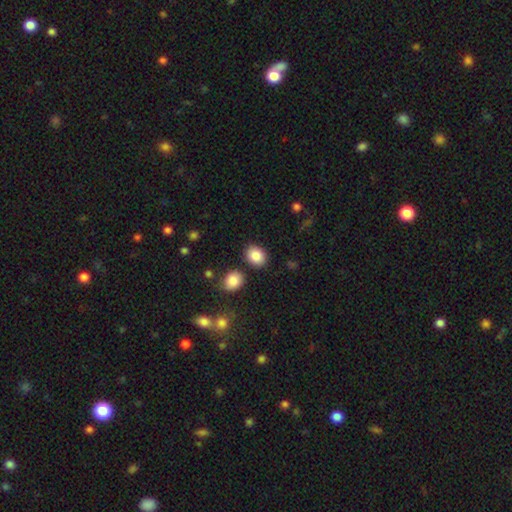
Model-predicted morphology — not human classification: A smooth galaxy with no disk features (86%) that is in between round and cigar-shaped (54%).

Vote fractions:
- Smooth or featured? smooth: 86% / star or artifact: 8% / featured or disk: 5%
- How rounded? in between: 54% / round: 45% / cigar-shaped: 1%
- Merging? none: 83% / minor disturbance: 9% / merger: 6% / major disturbance: 2%